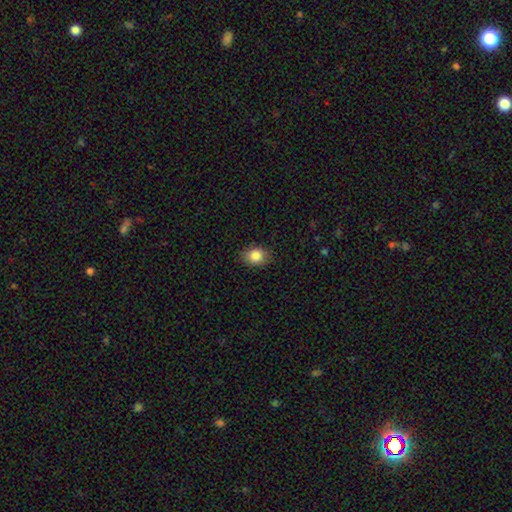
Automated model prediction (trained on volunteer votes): Smooth or featured?
  - smooth: 84% *
  - star or artifact: 9%
  - featured or disk: 7%
How rounded?
  - in between: 56% *
  - round: 43%
  - cigar-shaped: 1%
Merging?
  - none: 84% *
  - minor disturbance: 13%
  - major disturbance: 3%
  - merger: 1%